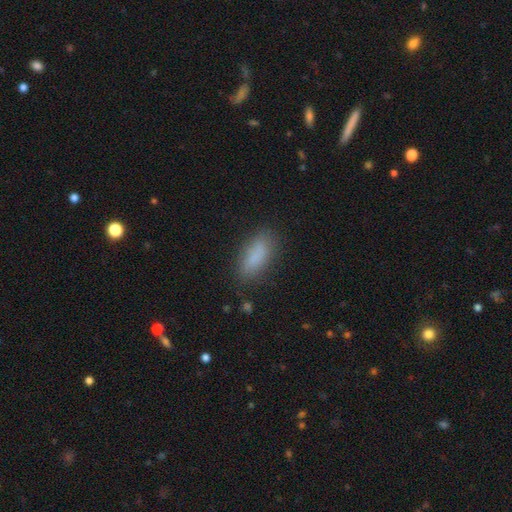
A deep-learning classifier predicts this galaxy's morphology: A smooth galaxy with no disk features (83%) that is in between round and cigar-shaped (77%). Merging: none (81%).